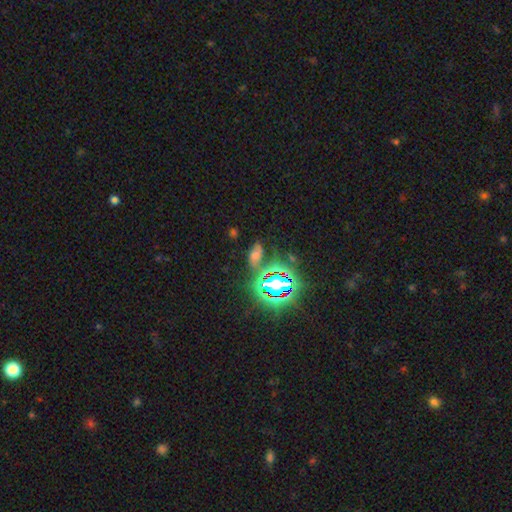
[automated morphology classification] Smooth or featured? Predicted: star or artifact (p=0.45).